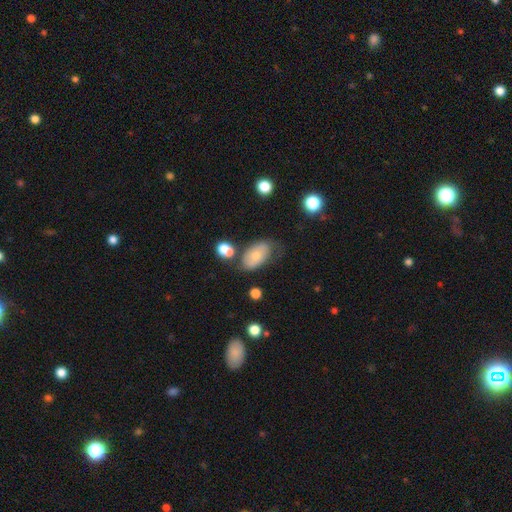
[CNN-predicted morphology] smooth-or-featured: smooth: 64% | featured or disk: 28% | star or artifact: 8%
  how-rounded: in between: 92% | round: 7% | cigar-shaped: 2%
  merging: none: 51% | minor disturbance: 27% | merger: 11% | major disturbance: 11%